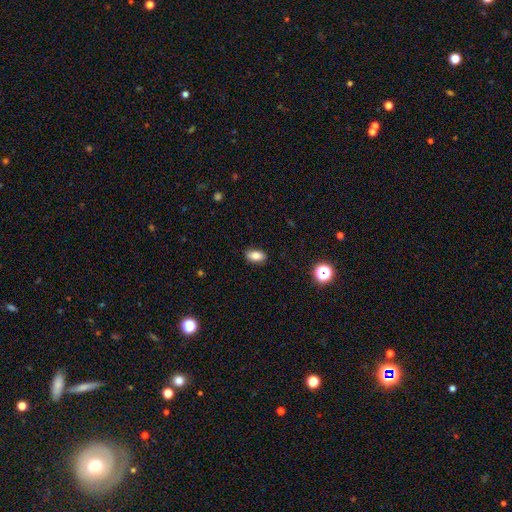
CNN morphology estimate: smooth_or_featured: smooth (p=0.82) [alt: star or artifact p=0.10]
how_rounded: in between (p=0.89) [alt: round p=0.07]
merging: none (p=0.88) [alt: minor disturbance p=0.09]